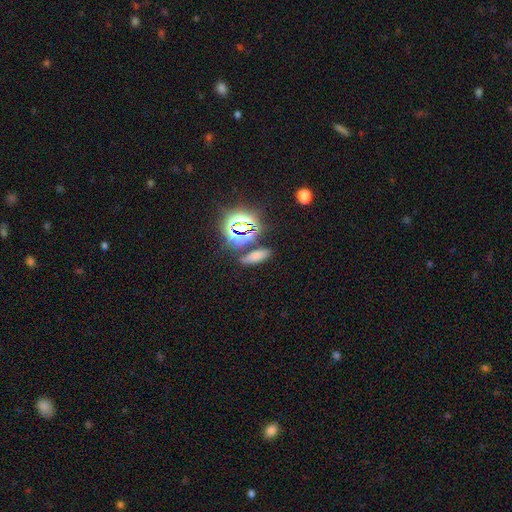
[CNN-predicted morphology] A smooth galaxy with no disk features (62%) that is in between round and cigar-shaped (54%).

Vote fractions:
- Smooth or featured? smooth: 62% / star or artifact: 28% / featured or disk: 10%
- How rounded? in between: 54% / cigar-shaped: 38% / round: 9%
- Merging? none: 78% / minor disturbance: 11% / merger: 7% / major disturbance: 4%